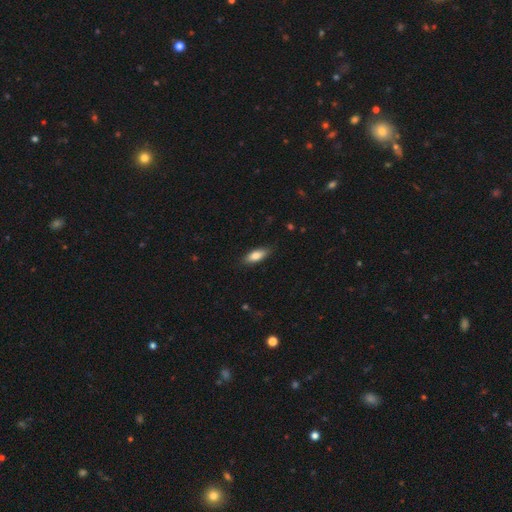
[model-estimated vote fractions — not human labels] A smooth galaxy with no disk features (81%) that is in between round and cigar-shaped (73%). Merging: none (84%).